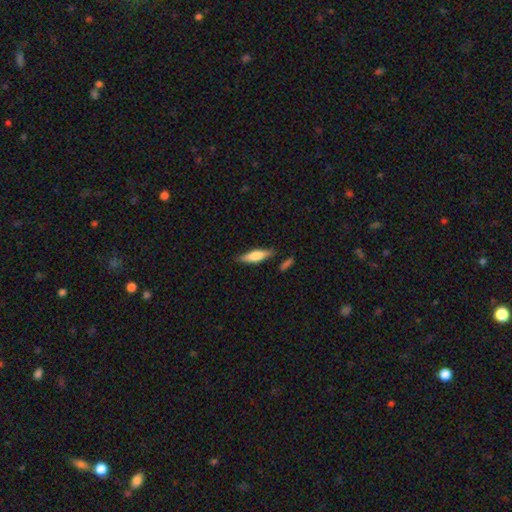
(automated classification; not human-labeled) Overall: smooth (60%; featured or disk 34%). How rounded: cigar-shaped (64%; in between 34%). Merging: none (81%).